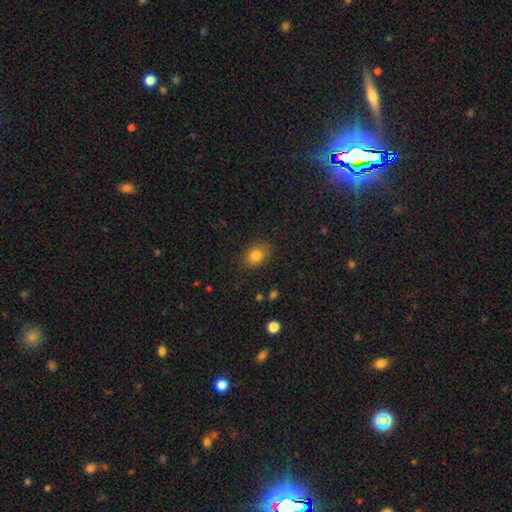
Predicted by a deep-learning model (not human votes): A smooth galaxy with no disk features (82%) that is in between round and cigar-shaped (57%).

Vote fractions:
- Smooth or featured? smooth: 82% / star or artifact: 11% / featured or disk: 7%
- How rounded? in between: 57% / round: 42% / cigar-shaped: 1%
- Merging? none: 83% / minor disturbance: 12% / major disturbance: 3% / merger: 1%